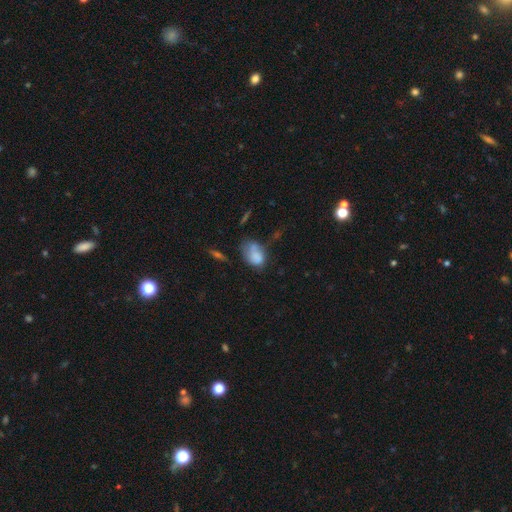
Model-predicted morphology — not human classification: Smooth or featured? Predicted: smooth (p=0.73). How rounded? Predicted: in between (p=0.78). Merging? Predicted: none (p=0.31).